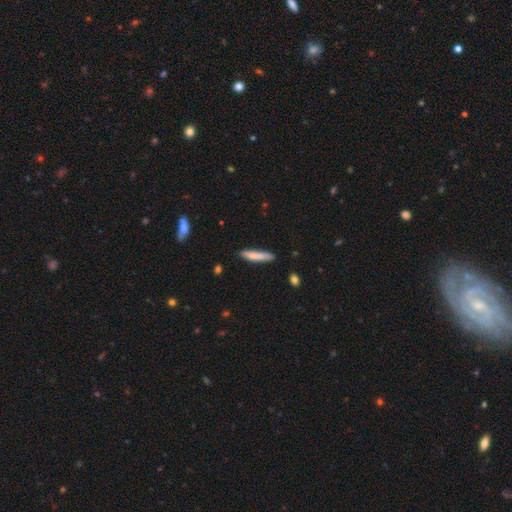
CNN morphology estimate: smooth-or-featured: smooth: 77% | featured or disk: 17% | star or artifact: 6%
  how-rounded: cigar-shaped: 89% | in between: 10% | round: 1%
  merging: none: 81% | minor disturbance: 14% | merger: 2% | major disturbance: 2%